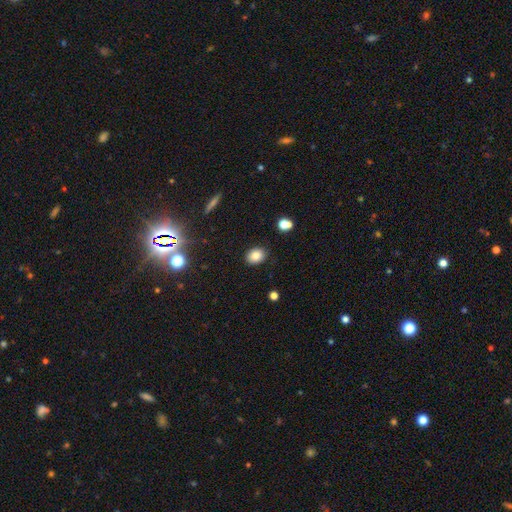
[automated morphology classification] Smooth or featured? Predicted: smooth (p=0.83). How rounded? Predicted: in between (p=0.57). Merging? Predicted: none (p=0.87).